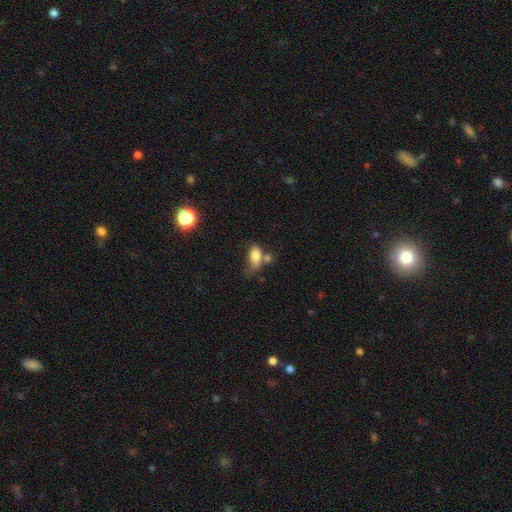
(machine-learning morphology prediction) smooth-or-featured: smooth: 78% | featured or disk: 12% | star or artifact: 9%
  how-rounded: in between: 85% | cigar-shaped: 8% | round: 7%
  merging: none: 35% | merger: 27% | minor disturbance: 24% | major disturbance: 14%